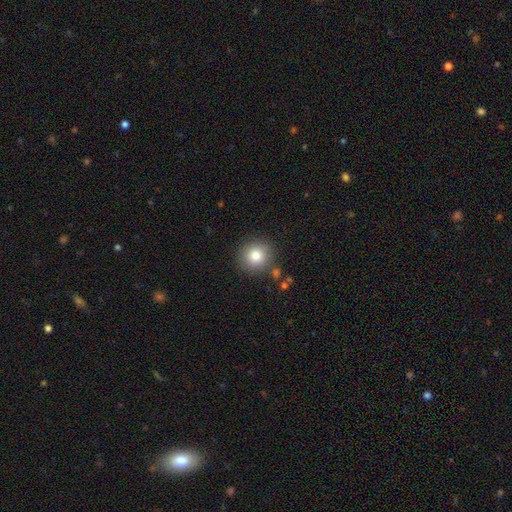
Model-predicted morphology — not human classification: Q: Smooth or featured?
A: smooth (79%); runner-up: star or artifact (11%)
Q: How rounded?
A: round (93%); runner-up: in between (6%)
Q: Merging?
A: none (85%); runner-up: minor disturbance (8%)